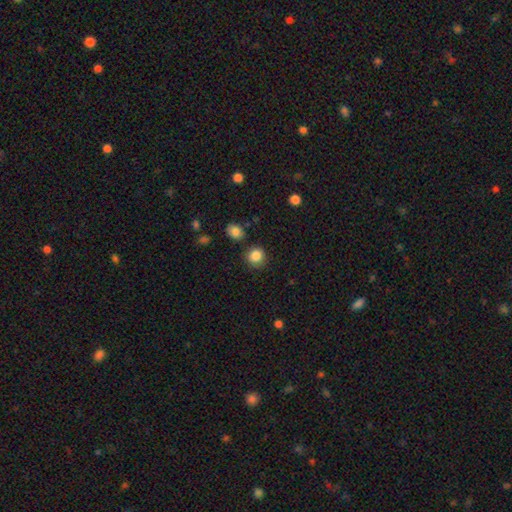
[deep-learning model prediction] Smooth or featured: smooth — 86% (star or artifact — 10%)
How rounded: round — 87% (in between — 12%)
Merging: none — 84% (minor disturbance — 9%)